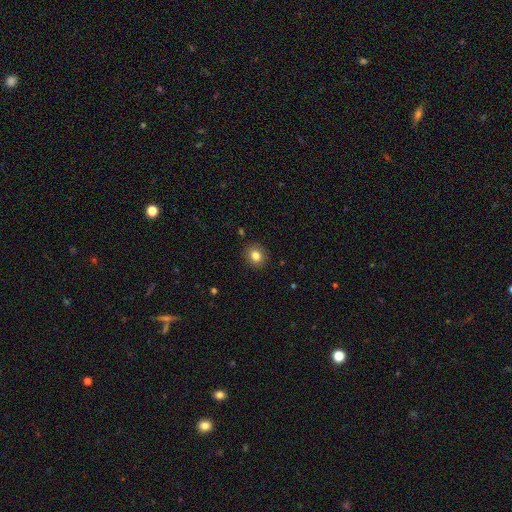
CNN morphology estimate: Smooth or featured: smooth — 82% (star or artifact — 11%)
How rounded: round — 73% (in between — 26%)
Merging: none — 90% (minor disturbance — 7%)